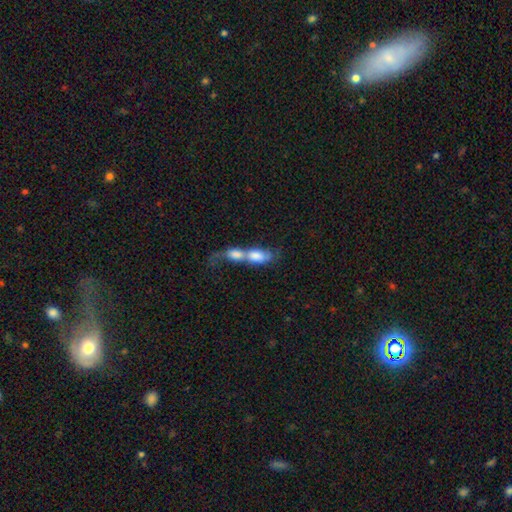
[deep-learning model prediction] Overall: smooth (67%). How rounded: in between (76%). Merging: merger (83%).